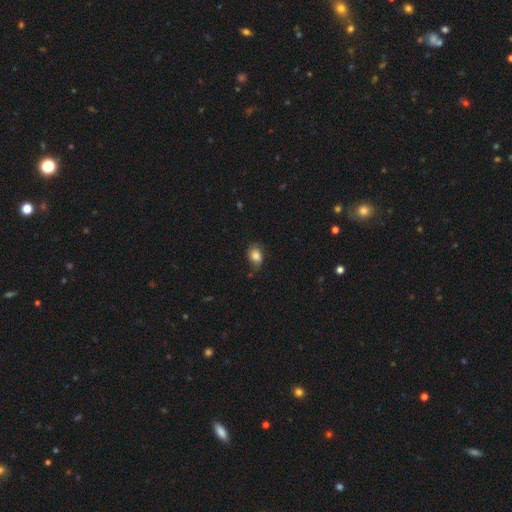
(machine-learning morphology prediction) smooth_or_featured: smooth (p=0.82) [alt: featured or disk p=0.10]
how_rounded: in between (p=0.65) [alt: round p=0.33]
merging: none (p=0.59) [alt: minor disturbance p=0.31]